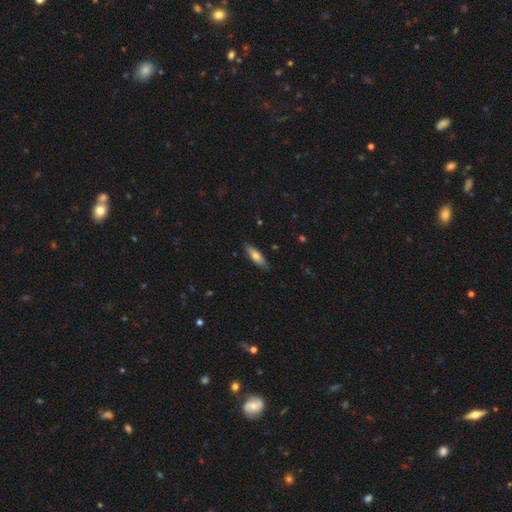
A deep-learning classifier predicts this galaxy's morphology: Q: Smooth or featured?
A: smooth (67%); runner-up: featured or disk (27%)
Q: How rounded?
A: cigar-shaped (58%); runner-up: in between (40%)
Q: Merging?
A: none (86%); runner-up: minor disturbance (11%)